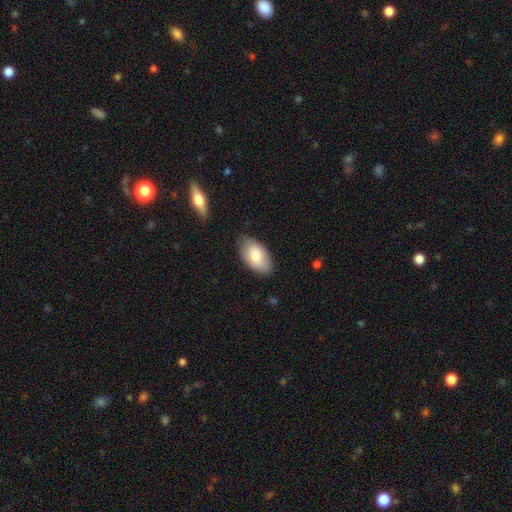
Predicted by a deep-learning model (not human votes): Morphology: type=smooth (78%); roundness=in between (95%); merging=none (79%).